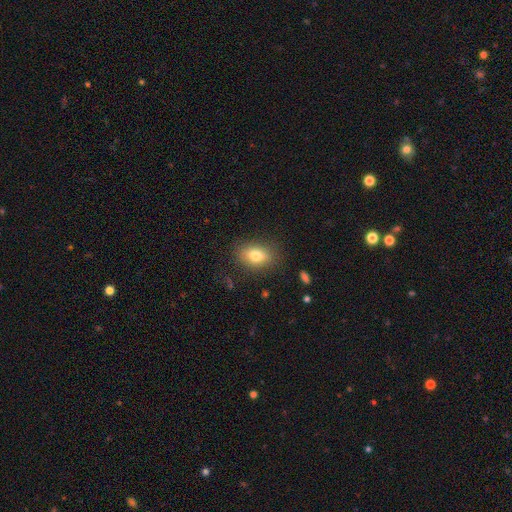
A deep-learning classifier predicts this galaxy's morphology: smooth_or_featured: smooth (p=0.76) [alt: featured or disk p=0.15]
how_rounded: in between (p=0.80) [alt: round p=0.17]
merging: none (p=0.83) [alt: minor disturbance p=0.12]